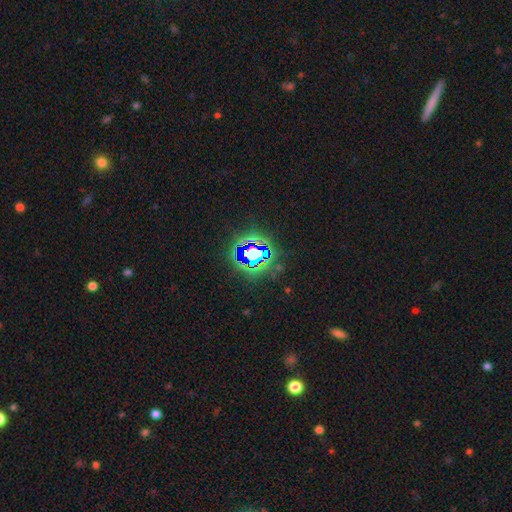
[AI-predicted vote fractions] Smooth or featured? Predicted: star or artifact (p=0.79).